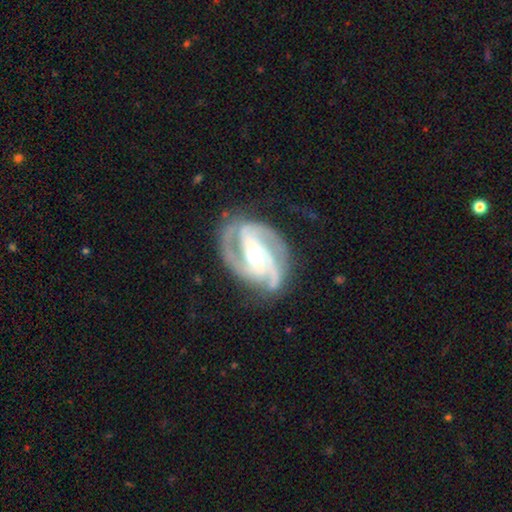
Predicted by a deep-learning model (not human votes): This is clearly a featured or disk galaxy (92%). It is clearly not viewed edge-on (98%). Bar: marginally strong (37%). Spiral arm pattern: clearly yes (98%). Spiral arm count: possibly 3 (59%). Spiral winding: possibly medium (46%). Central bulge: likely moderate (71%). Merging: likely none (75%).